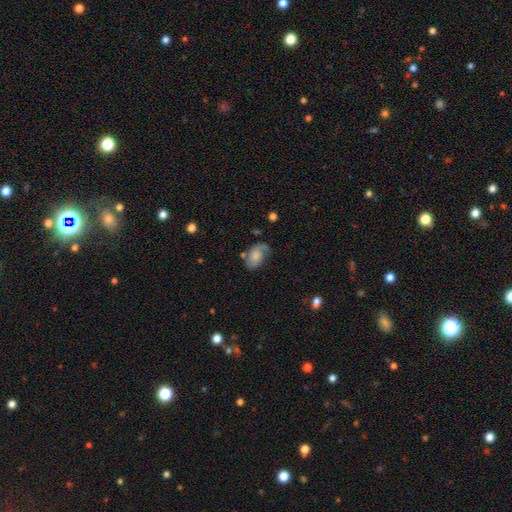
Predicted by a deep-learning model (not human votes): This is possibly a featured or disk galaxy (55%). It is clearly not viewed edge-on (96%). Bar: likely no (69%). Spiral arm pattern: clearly yes (87%). Central bulge: marginally small (35%). Merging: possibly none (54%).